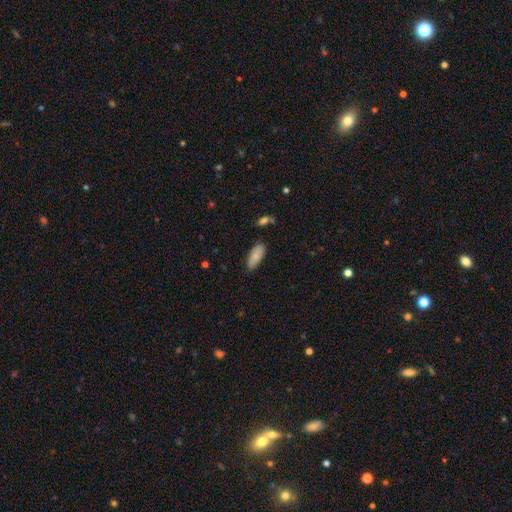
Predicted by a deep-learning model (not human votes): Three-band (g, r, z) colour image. It shows a smooth galaxy with no disk features (82%) that is in between round and cigar-shaped (85%). Merging: none (73%).